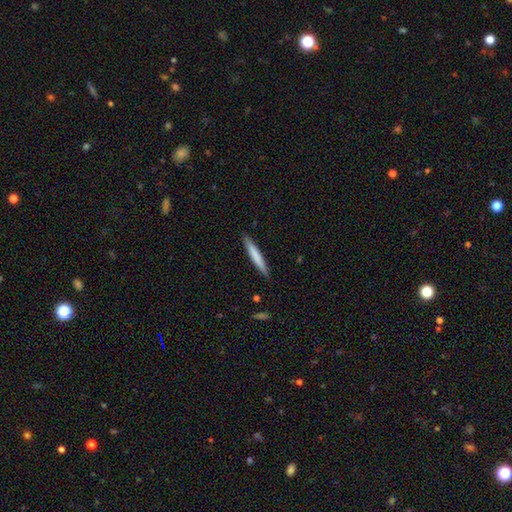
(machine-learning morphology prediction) A smooth galaxy with no disk features (72%) that is cigar-shaped (95%). Merging: none (89%).